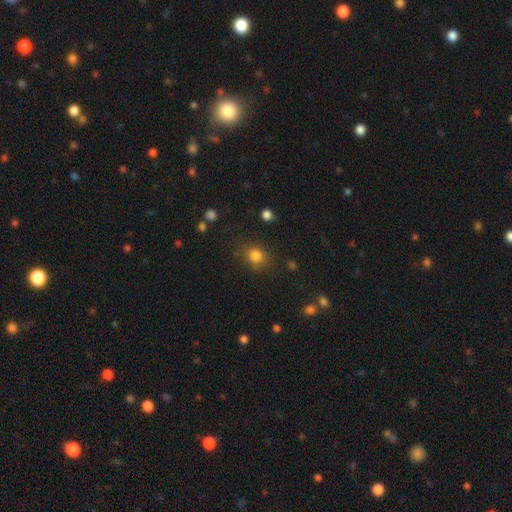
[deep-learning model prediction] Smooth or featured? smooth (82%)
How rounded? round (66%)
Merging? none (80%)